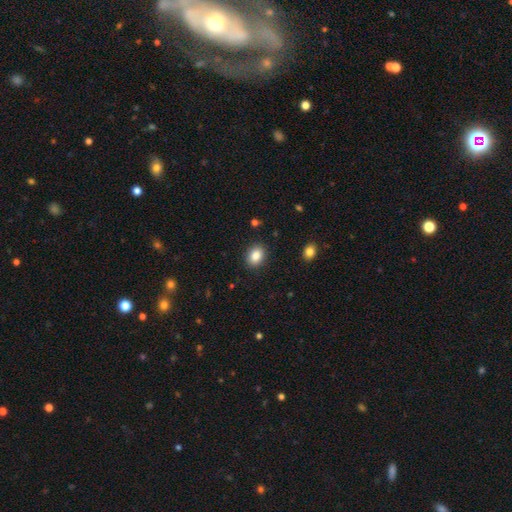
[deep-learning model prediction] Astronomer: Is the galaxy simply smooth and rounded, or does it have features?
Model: smooth — 86%.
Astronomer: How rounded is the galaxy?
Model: in between — 63%.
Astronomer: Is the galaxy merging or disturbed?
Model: none — 89%.